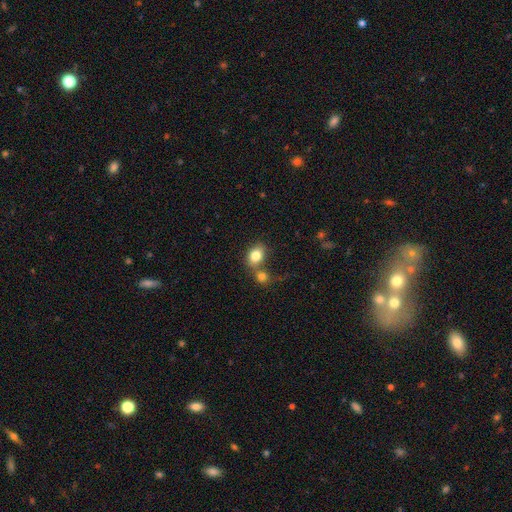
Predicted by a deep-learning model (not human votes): Smooth or featured? Predicted: smooth (p=0.82). How rounded? Predicted: in between (p=0.67). Merging? Predicted: none (p=0.49).